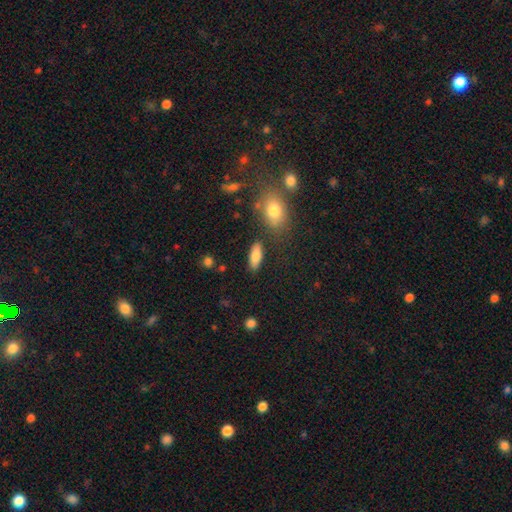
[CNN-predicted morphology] A smooth galaxy with no disk features (82%) that is in between round and cigar-shaped (74%).

Vote fractions:
- Smooth or featured? smooth: 82% / featured or disk: 11% / star or artifact: 7%
- How rounded? in between: 74% / cigar-shaped: 23% / round: 3%
- Merging? none: 81% / minor disturbance: 11% / merger: 5% / major disturbance: 3%